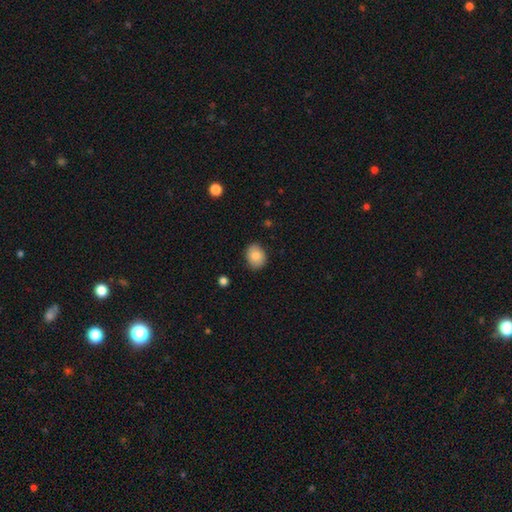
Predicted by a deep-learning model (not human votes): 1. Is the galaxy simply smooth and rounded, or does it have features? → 83% smooth, 9% featured or disk, 8% star or artifact.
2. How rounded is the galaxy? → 54% in between, 45% round, 1% cigar-shaped.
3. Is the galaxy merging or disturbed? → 85% none, 11% minor disturbance, 2% major disturbance, 1% merger.